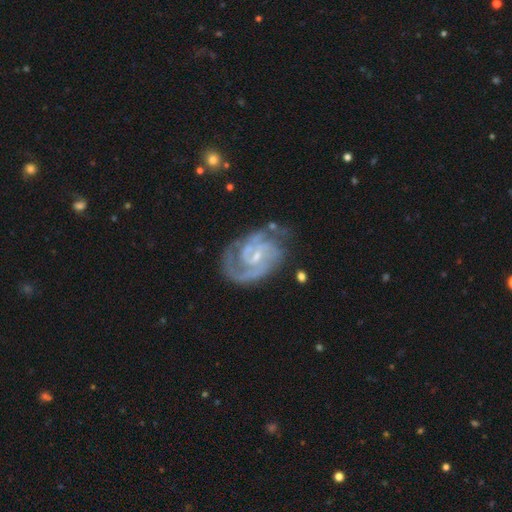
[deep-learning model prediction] Morphology: type=featured or disk (90%); edge-on=no (98%); bar=weak (50%); spiral arms=yes (97%); winding=tight (53%); arm count=2 (58%); bulge=small (70%); merging=none (66%).